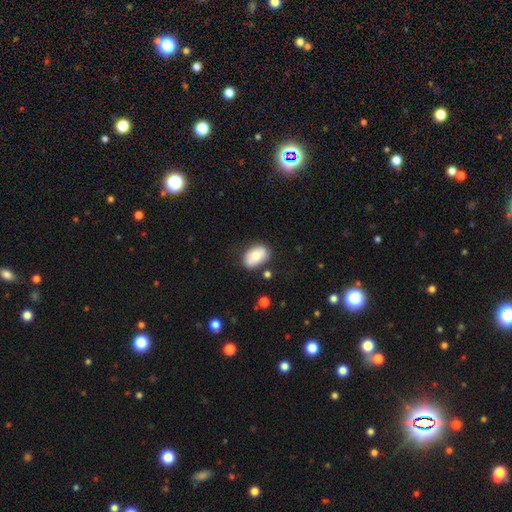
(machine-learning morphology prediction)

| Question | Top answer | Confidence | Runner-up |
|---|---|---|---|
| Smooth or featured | smooth | 67% | featured or disk (26%) |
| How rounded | in between | 85% | round (13%) |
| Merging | none | 73% | minor disturbance (18%) |